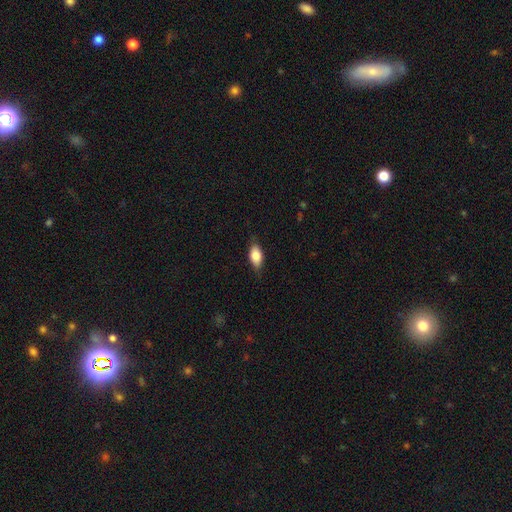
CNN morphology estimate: This appears to be a smooth galaxy with no disk features (79%) that is in between round and cigar-shaped (88%). Merging: none (78%).